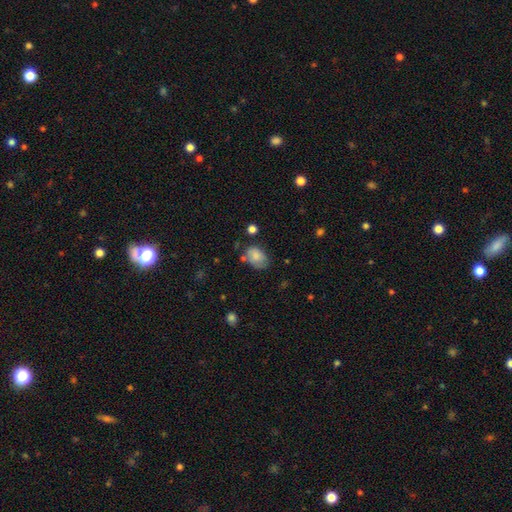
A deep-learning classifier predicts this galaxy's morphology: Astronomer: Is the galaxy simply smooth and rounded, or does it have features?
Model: smooth — 81%.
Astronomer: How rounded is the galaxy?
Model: in between — 82%.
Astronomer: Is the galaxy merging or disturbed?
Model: none — 55%.